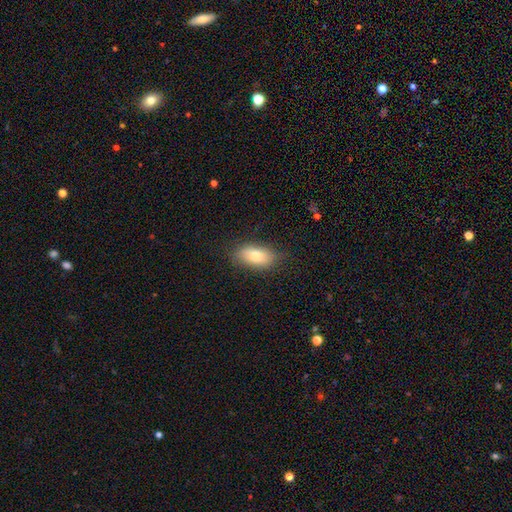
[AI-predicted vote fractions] Q: Smooth or featured?
A: smooth (79%); runner-up: featured or disk (14%)
Q: How rounded?
A: in between (89%); runner-up: cigar-shaped (6%)
Q: Merging?
A: none (79%); runner-up: minor disturbance (16%)